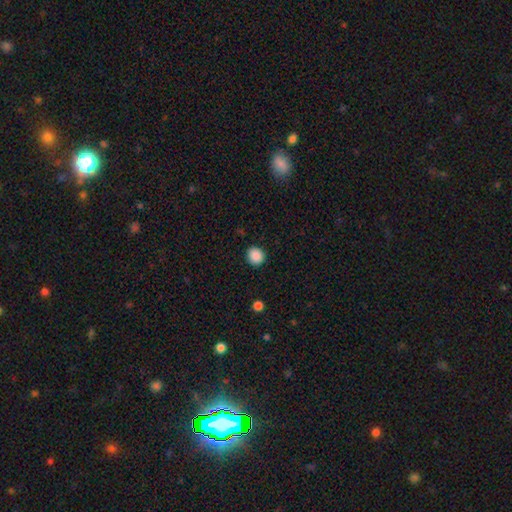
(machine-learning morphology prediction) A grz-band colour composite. It shows a smooth galaxy with no disk features (88%) that is round (80%). Merging: none (90%).